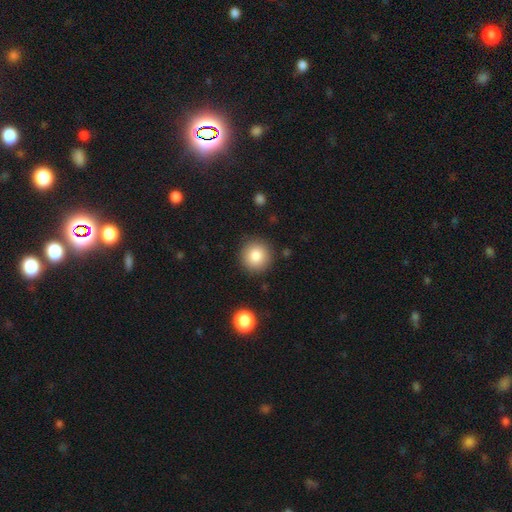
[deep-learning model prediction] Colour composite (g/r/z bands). It shows a smooth galaxy with no disk features (84%) that is round (93%). Merging: none (88%).